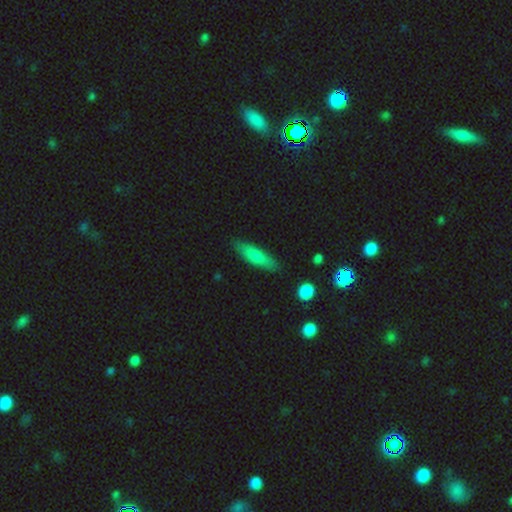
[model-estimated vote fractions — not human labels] smooth_or_featured: smooth (p=0.76) [alt: featured or disk p=0.18]
how_rounded: cigar-shaped (p=0.60) [alt: in between p=0.38]
merging: none (p=0.82) [alt: minor disturbance p=0.14]